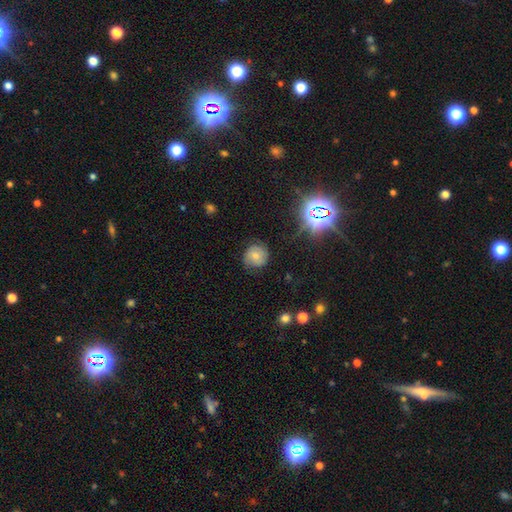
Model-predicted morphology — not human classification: smooth 59%, featured or disk 26%, star or artifact 15%. Down the decision tree: how rounded — round (87%); merging — none (75%).